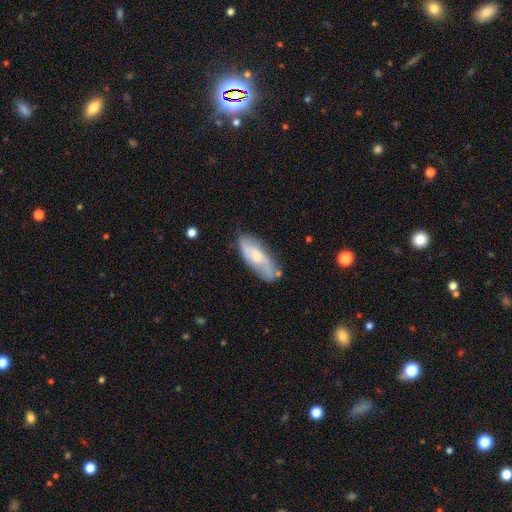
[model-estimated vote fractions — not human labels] Morphology: type=featured or disk (47%); merging=none (65%).